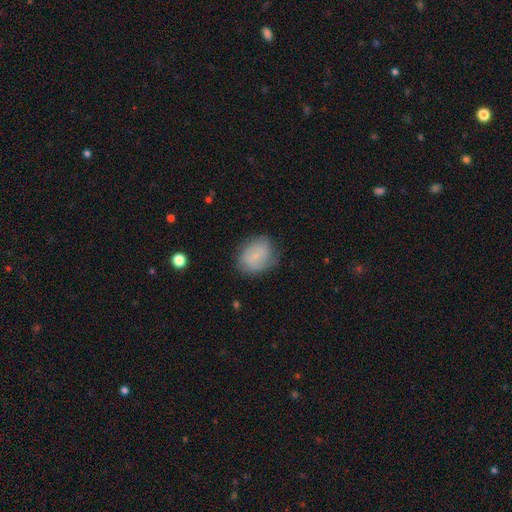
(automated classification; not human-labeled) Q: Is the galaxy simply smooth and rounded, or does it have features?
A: smooth — 70%.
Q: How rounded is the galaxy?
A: in between — 57%.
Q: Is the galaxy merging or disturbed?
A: none — 69%.